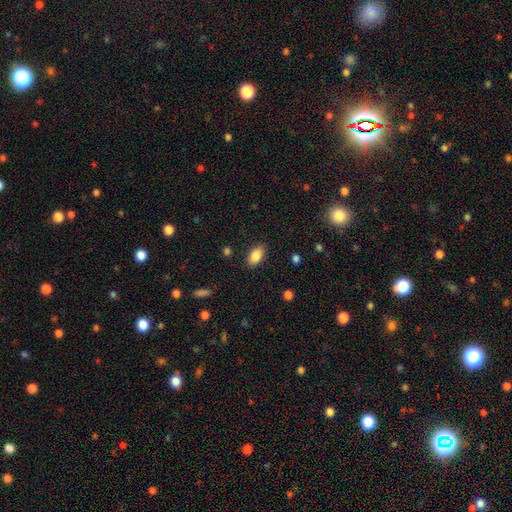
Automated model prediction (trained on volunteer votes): Smooth or featured: smooth — 86% (star or artifact — 8%)
How rounded: in between — 92% (round — 6%)
Merging: none — 86% (minor disturbance — 10%)